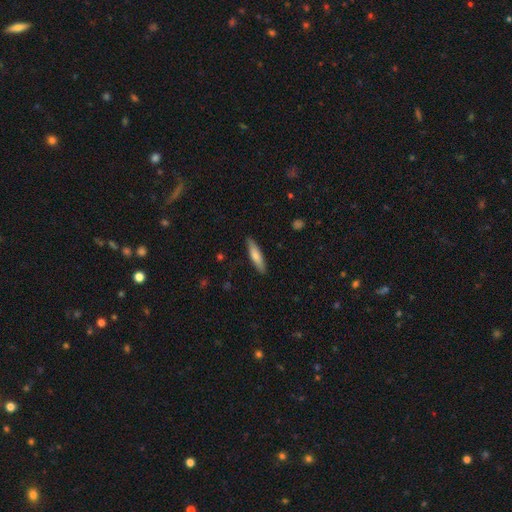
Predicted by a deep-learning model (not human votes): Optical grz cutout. It shows a smooth galaxy with no disk features (72%) that is cigar-shaped (77%). Merging: none (88%).